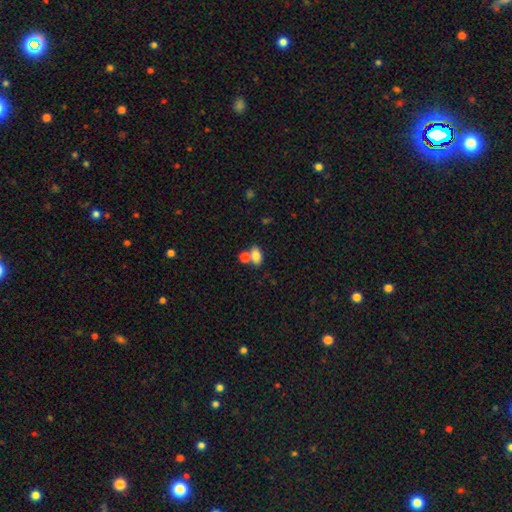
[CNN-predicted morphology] Smooth or featured? Predicted: smooth (p=0.80). How rounded? Predicted: in between (p=0.86). Merging? Predicted: none (p=0.48).